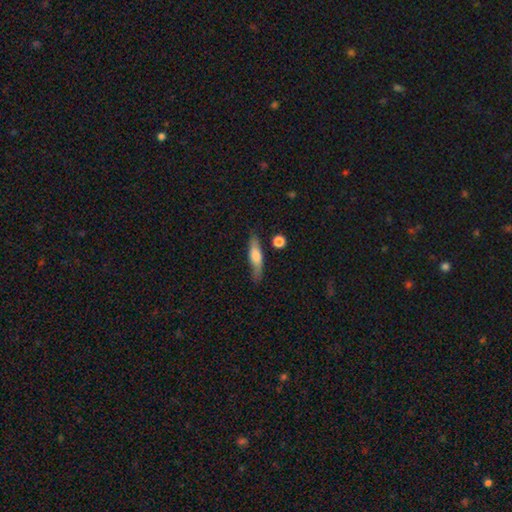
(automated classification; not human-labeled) smooth-or-featured: smooth: 58% | featured or disk: 36% | star or artifact: 6%
  how-rounded: cigar-shaped: 71% | in between: 26% | round: 3%
  merging: none: 76% | minor disturbance: 17% | major disturbance: 4% | merger: 4%